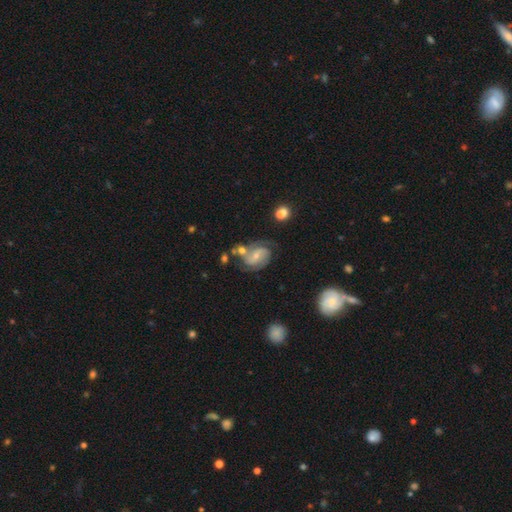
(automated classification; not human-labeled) smooth_or_featured: featured or disk (p=0.79) [alt: smooth p=0.14]
disk_edge_on: no (p=0.97) [alt: yes p=0.03]
bar: weak (p=0.47) [alt: no p=0.36]
has_spiral_arms: yes (p=0.94) [alt: no p=0.06]
spiral_winding: medium (p=0.49) [alt: tight p=0.33]
spiral_arm_count: 2 (p=0.71) [alt: can't tell p=0.11]
bulge_size: small (p=0.59) [alt: moderate p=0.35]
merging: none (p=0.51) [alt: minor disturbance p=0.20]